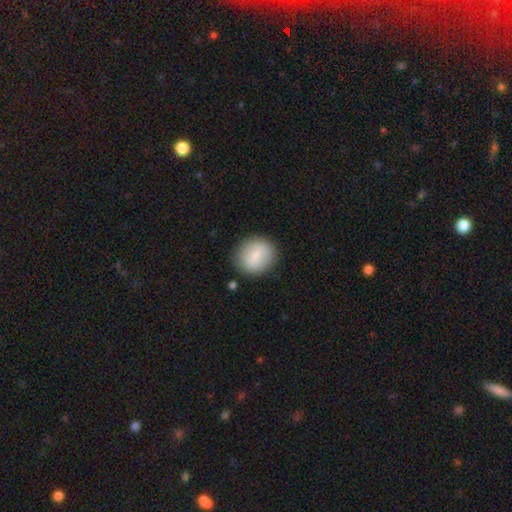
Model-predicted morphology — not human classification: smooth 78%, featured or disk 15%, star or artifact 7%. Down the decision tree: how rounded — round (77%); merging — none (85%).